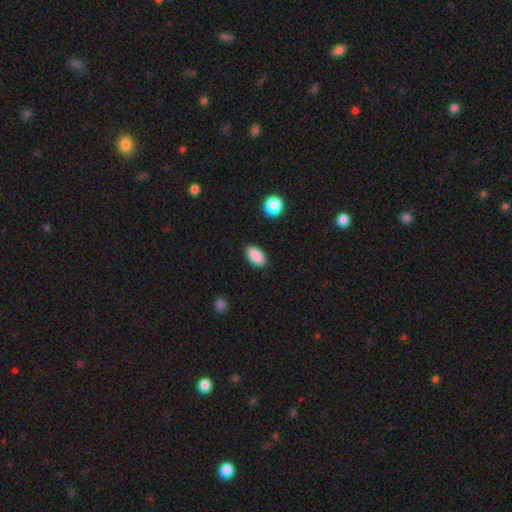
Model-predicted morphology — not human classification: type=smooth (89%); roundness=in between (93%); merging=none (88%).